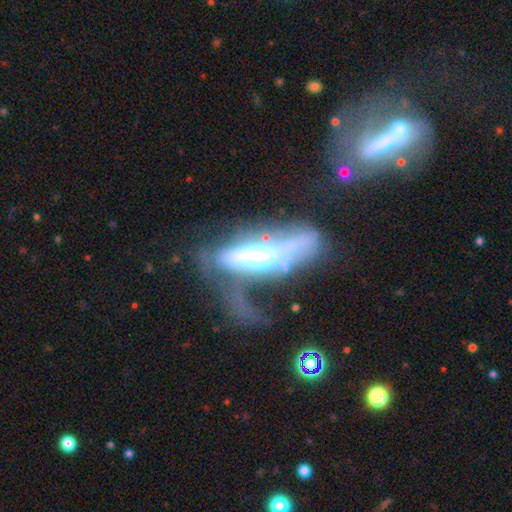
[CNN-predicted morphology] A featured or disk galaxy (61%). Merging: major disturbance (55%).